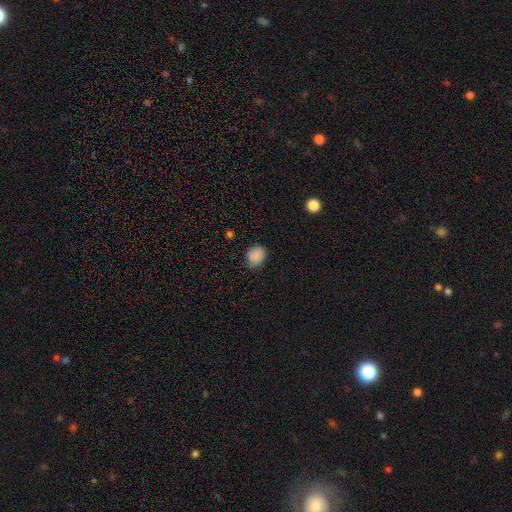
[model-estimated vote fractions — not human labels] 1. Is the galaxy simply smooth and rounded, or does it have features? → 87% smooth, 9% star or artifact, 4% featured or disk.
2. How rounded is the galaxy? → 56% round, 43% in between, 1% cigar-shaped.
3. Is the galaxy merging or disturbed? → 77% none, 18% minor disturbance, 3% major disturbance, 1% merger.